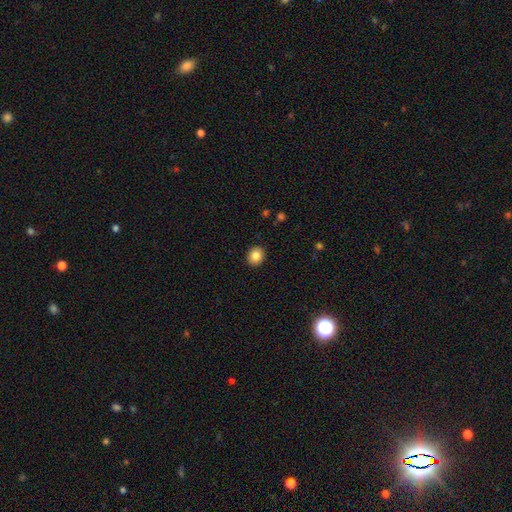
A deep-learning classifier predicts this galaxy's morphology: type=smooth (85%); roundness=round (68%); merging=none (91%).